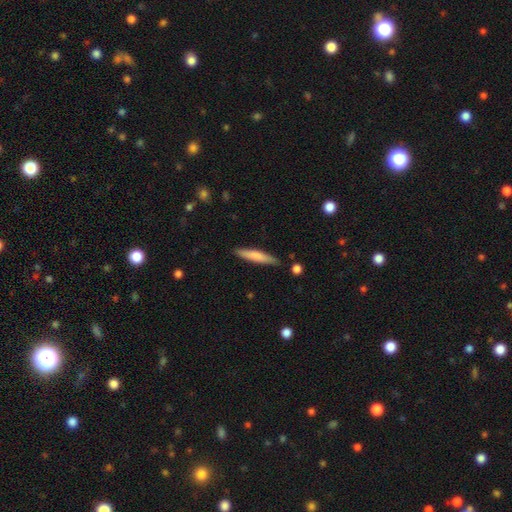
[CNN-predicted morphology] A smooth galaxy with no disk features (72%) that is cigar-shaped (89%).

Vote fractions:
- Smooth or featured? smooth: 72% / featured or disk: 22% / star or artifact: 5%
- How rounded? cigar-shaped: 89% / in between: 9% / round: 1%
- Merging? none: 84% / minor disturbance: 12% / major disturbance: 2% / merger: 2%